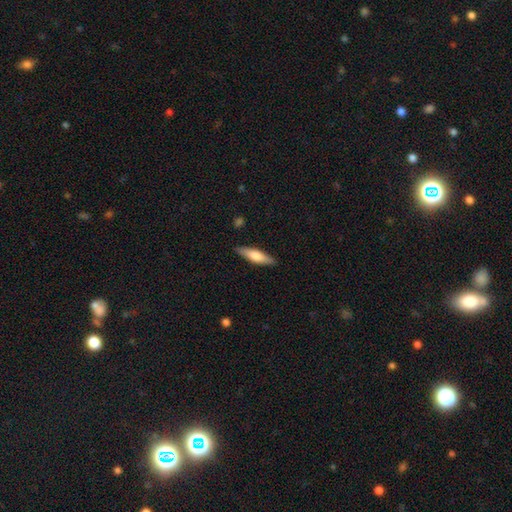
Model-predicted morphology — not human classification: Q: Smooth or featured?
A: smooth (64%); runner-up: featured or disk (30%)
Q: How rounded?
A: cigar-shaped (68%); runner-up: in between (31%)
Q: Merging?
A: none (88%); runner-up: minor disturbance (9%)